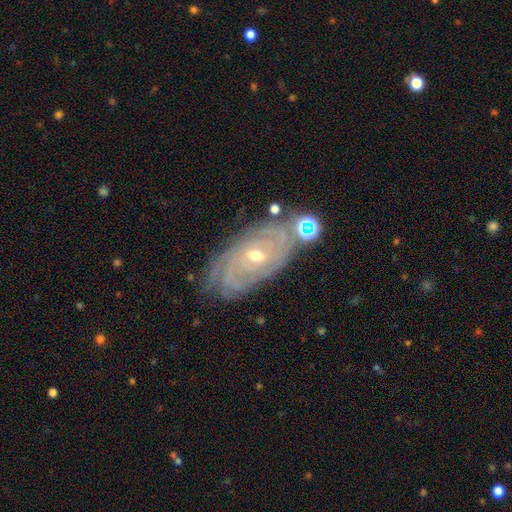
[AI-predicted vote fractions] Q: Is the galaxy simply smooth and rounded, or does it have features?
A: featured or disk — 83%.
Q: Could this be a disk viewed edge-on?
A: no — 94%.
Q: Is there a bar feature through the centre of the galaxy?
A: no — 63%.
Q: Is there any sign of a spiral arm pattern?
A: yes — 94%.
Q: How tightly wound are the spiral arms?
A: tight — 81%.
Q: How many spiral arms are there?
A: can't tell — 42%.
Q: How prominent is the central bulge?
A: small — 51%.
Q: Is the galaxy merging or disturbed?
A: none — 72%.